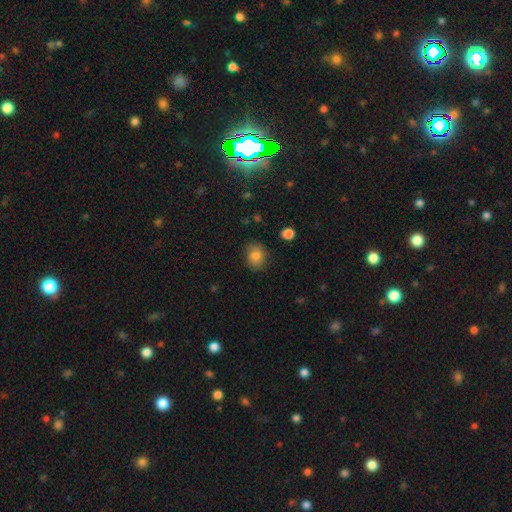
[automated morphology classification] This appears to be a smooth galaxy with no disk features (83%) that is round (58%). Merging: none (83%).